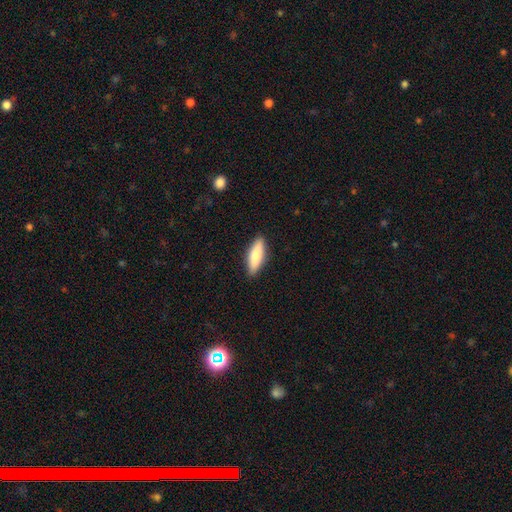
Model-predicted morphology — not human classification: Smooth or featured? Predicted: smooth (p=0.74). How rounded? Predicted: in between (p=0.50). Merging? Predicted: none (p=0.89).